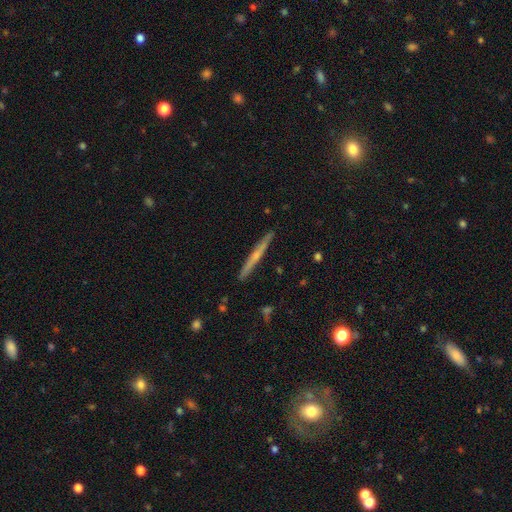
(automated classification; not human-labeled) This is likely a featured or disk galaxy (64%). It is clearly viewed edge-on (98%). Edge-on bulge: possibly rounded (56%). Merging: clearly none (91%).